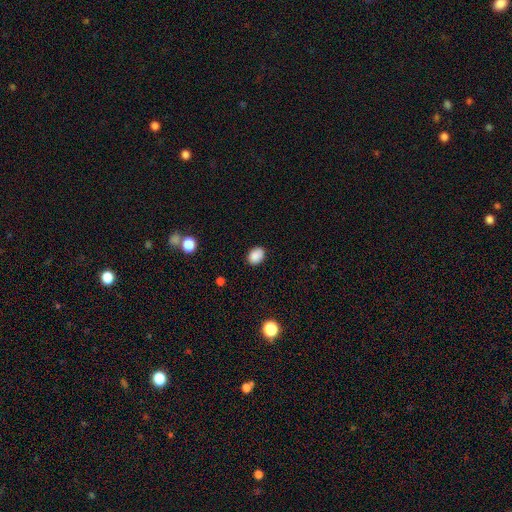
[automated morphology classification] smooth-or-featured: smooth: 87% | star or artifact: 9% | featured or disk: 4%
  how-rounded: in between: 69% | round: 30% | cigar-shaped: 1%
  merging: none: 86% | minor disturbance: 11% | major disturbance: 2% | merger: 1%